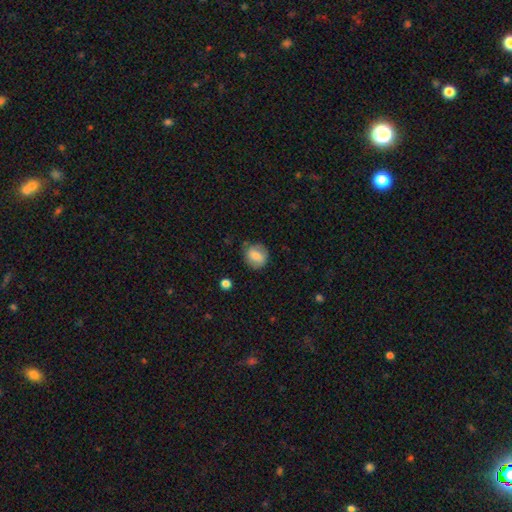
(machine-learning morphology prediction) This appears to be a smooth galaxy with no disk features (71%) that is round (76%). Merging: none (75%).